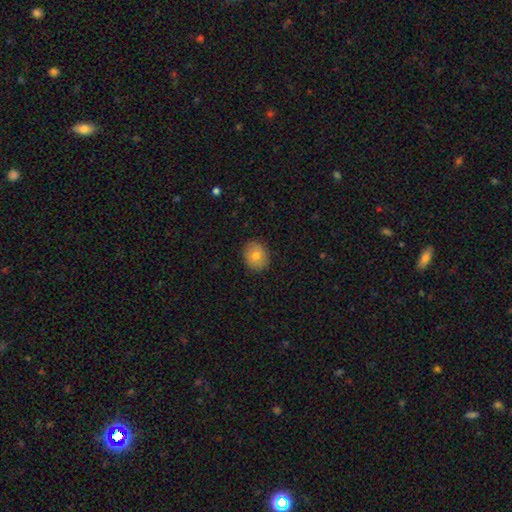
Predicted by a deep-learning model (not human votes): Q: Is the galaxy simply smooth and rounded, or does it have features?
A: smooth — 74%.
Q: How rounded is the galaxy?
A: round — 70%.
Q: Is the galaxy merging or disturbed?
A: none — 88%.